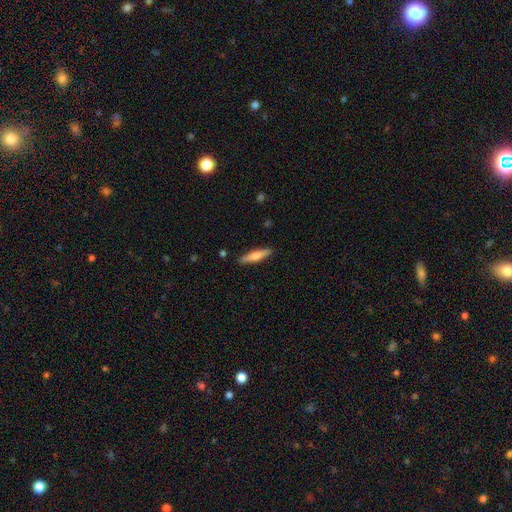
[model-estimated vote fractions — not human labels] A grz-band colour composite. It shows a smooth galaxy with no disk features (68%) that is cigar-shaped (82%). Merging: none (89%).